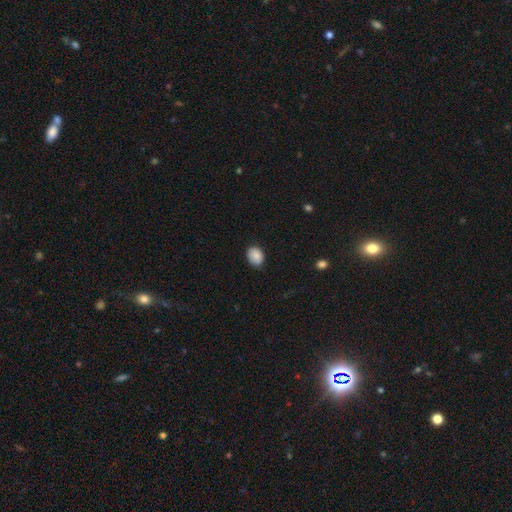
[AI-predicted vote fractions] smooth-or-featured: smooth: 87% | star or artifact: 8% | featured or disk: 5%
  how-rounded: in between: 59% | round: 40% | cigar-shaped: 1%
  merging: none: 83% | minor disturbance: 13% | major disturbance: 2% | merger: 1%